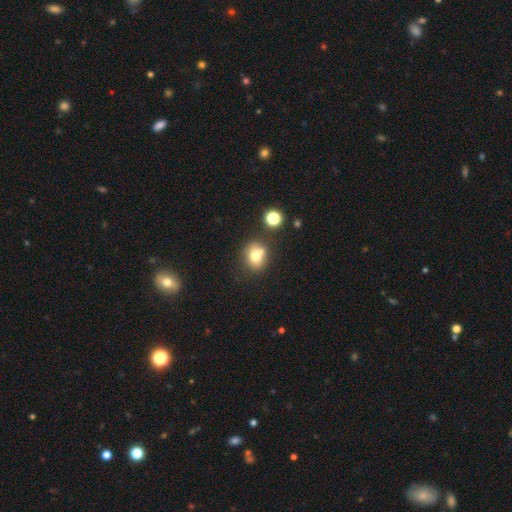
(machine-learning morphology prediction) Q: Smooth or featured?
A: smooth (73%); runner-up: featured or disk (14%)
Q: How rounded?
A: round (68%); runner-up: in between (31%)
Q: Merging?
A: none (58%); runner-up: merger (24%)